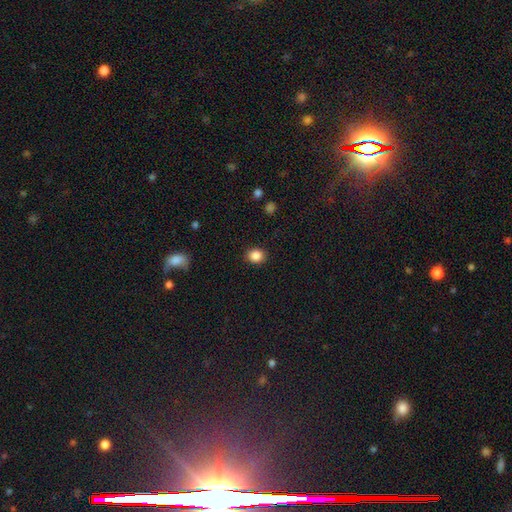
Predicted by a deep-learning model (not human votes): A smooth galaxy with no disk features (86%) that is round (64%). Merging: none (90%).